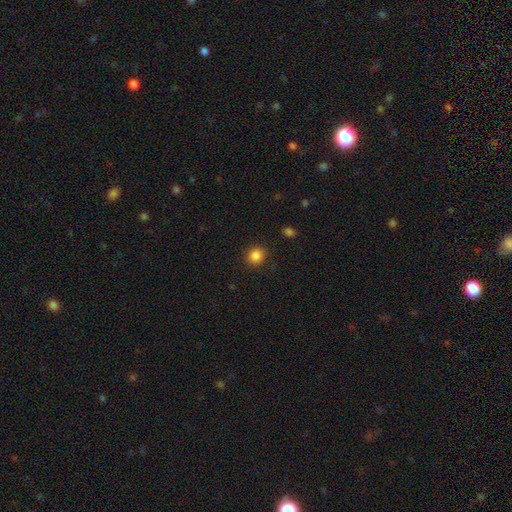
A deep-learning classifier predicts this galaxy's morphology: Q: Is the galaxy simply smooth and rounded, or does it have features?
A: smooth — 86%.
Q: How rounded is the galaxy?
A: round — 84%.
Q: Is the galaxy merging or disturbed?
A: none — 89%.